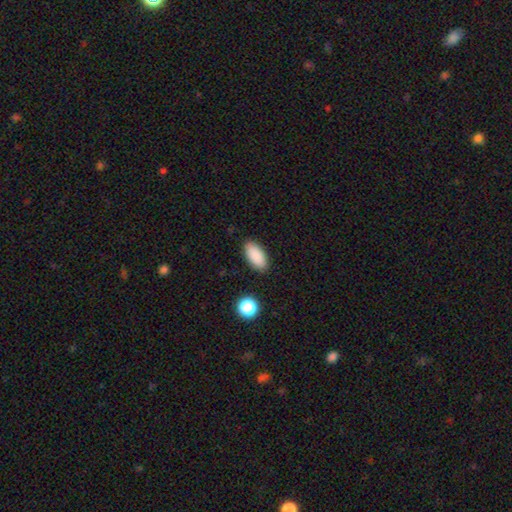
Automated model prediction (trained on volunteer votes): Smooth or featured? smooth (89%)
How rounded? in between (92%)
Merging? none (88%)